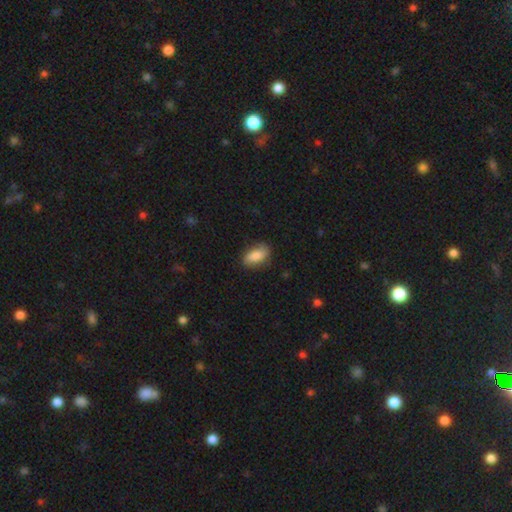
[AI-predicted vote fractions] This appears to be a smooth galaxy with no disk features (85%) that is in between round and cigar-shaped (88%). Merging: none (81%).